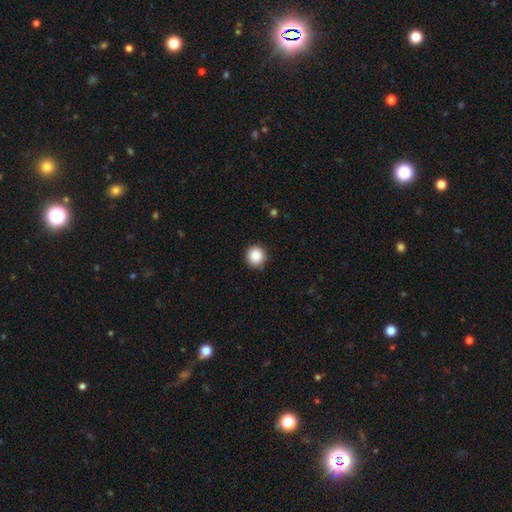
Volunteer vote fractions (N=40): Volunteers were most divided on "merging": none: 84%, minor disturbance: 14%, major disturbance: 3%, merger: 0%. More confident: how rounded — round (100%); smooth or featured — smooth (90%).